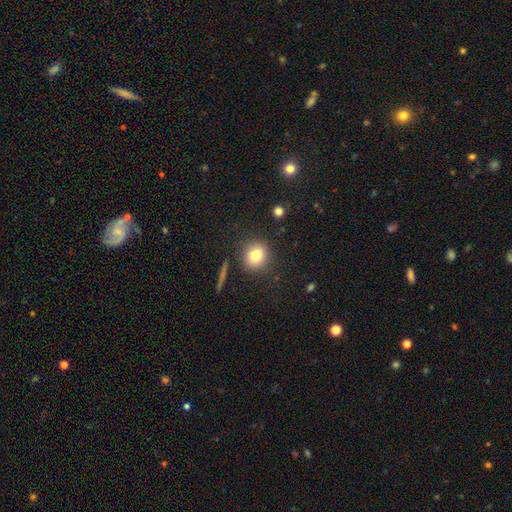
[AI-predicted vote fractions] This appears to be a smooth galaxy with no disk features (79%) that is round (86%). Merging: none (87%).